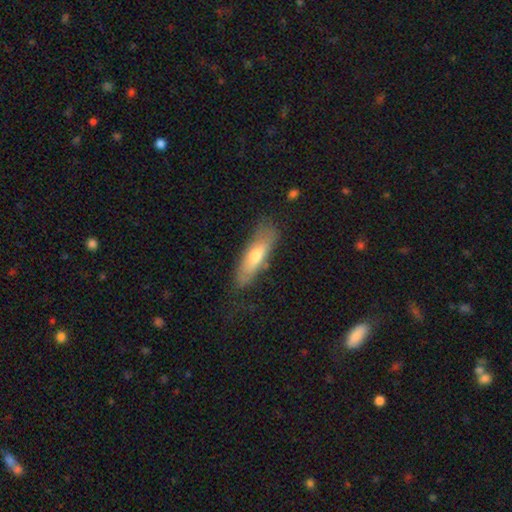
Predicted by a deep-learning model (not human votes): A smooth galaxy with no disk features (59%) that is cigar-shaped (54%). Merging: none (68%).